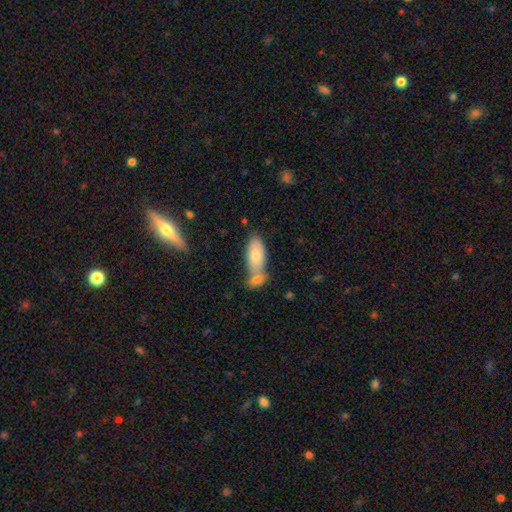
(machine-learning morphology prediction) type=smooth (78%); roundness=in between (84%); merging=merger (43%).